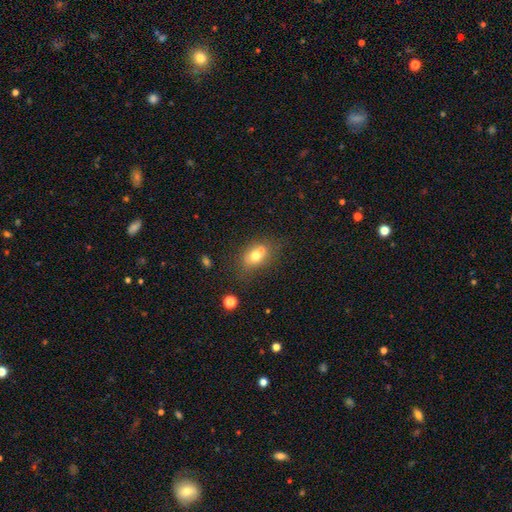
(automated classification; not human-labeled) Q: Smooth or featured?
A: smooth (67%); runner-up: featured or disk (21%)
Q: How rounded?
A: in between (58%); runner-up: round (40%)
Q: Merging?
A: none (42%); runner-up: merger (41%)